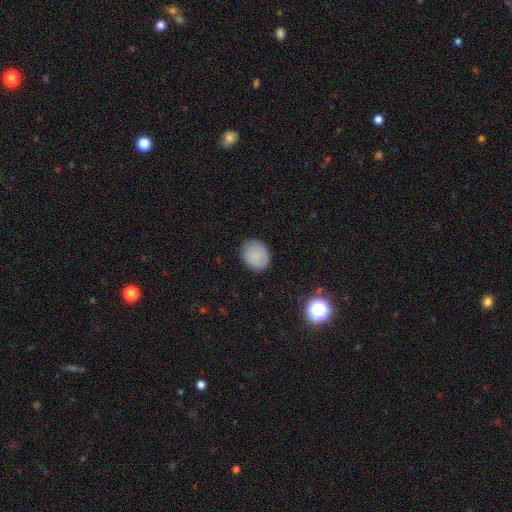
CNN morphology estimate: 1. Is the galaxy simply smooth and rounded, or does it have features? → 83% smooth, 9% featured or disk, 8% star or artifact.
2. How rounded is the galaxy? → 54% round, 45% in between, 1% cigar-shaped.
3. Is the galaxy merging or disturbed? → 84% none, 12% minor disturbance, 3% major disturbance, 1% merger.